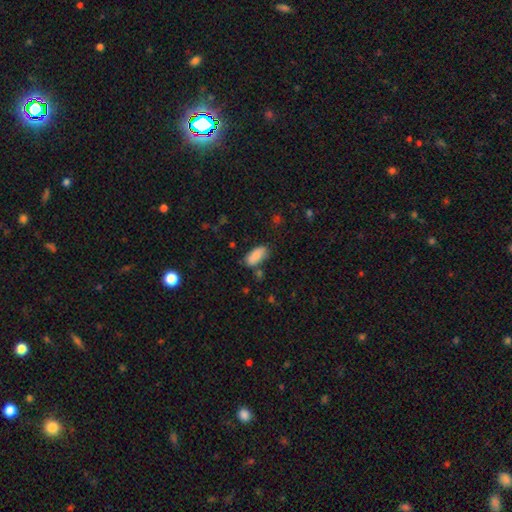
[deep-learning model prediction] Smooth or featured? Predicted: smooth (p=0.87). How rounded? Predicted: in between (p=0.90). Merging? Predicted: none (p=0.71).